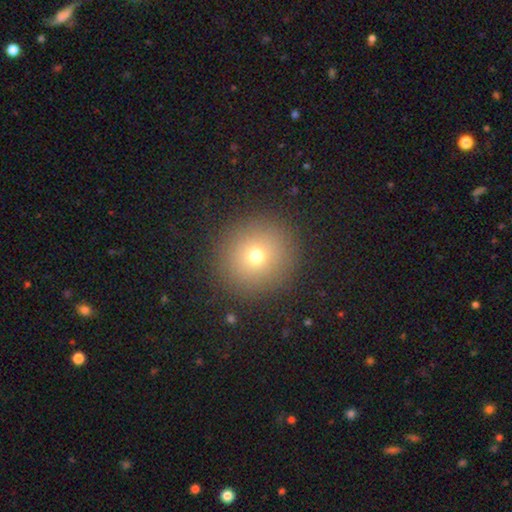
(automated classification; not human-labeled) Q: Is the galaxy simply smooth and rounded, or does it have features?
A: smooth — 70%.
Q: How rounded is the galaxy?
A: round — 94%.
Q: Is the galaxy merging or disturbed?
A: none — 90%.